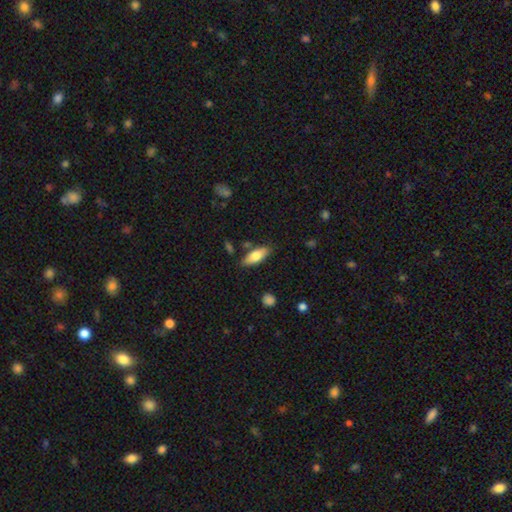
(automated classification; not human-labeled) This appears to be a smooth galaxy with no disk features (73%) that is in between round and cigar-shaped (74%). Merging: none (80%).